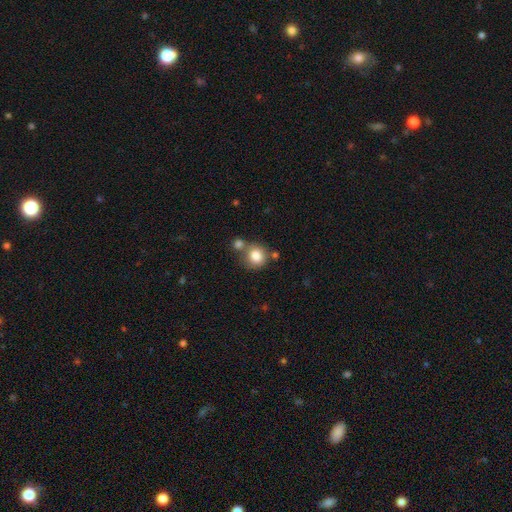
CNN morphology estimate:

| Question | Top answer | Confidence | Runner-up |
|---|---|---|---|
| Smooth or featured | smooth | 81% | star or artifact (10%) |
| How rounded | round | 85% | in between (14%) |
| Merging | none | 58% | merger (26%) |